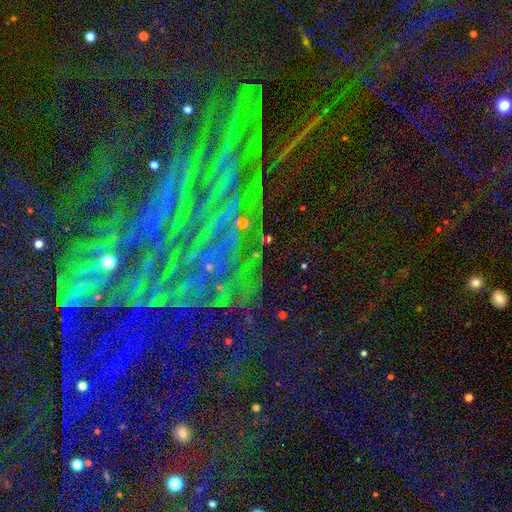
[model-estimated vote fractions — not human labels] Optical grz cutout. It shows a star or artifact, not a galaxy (75%).